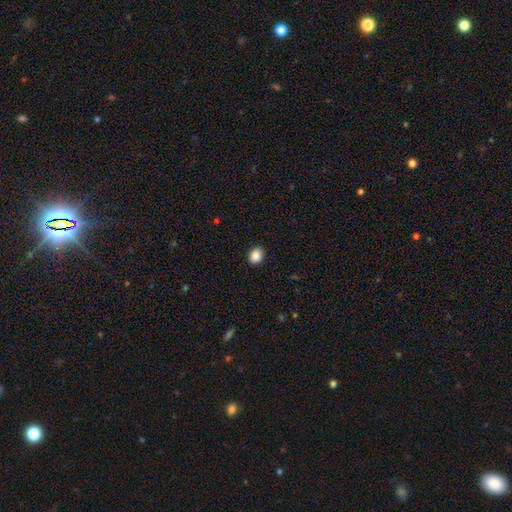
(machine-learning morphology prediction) A smooth galaxy with no disk features (88%) that is round (57%). Merging: none (90%).